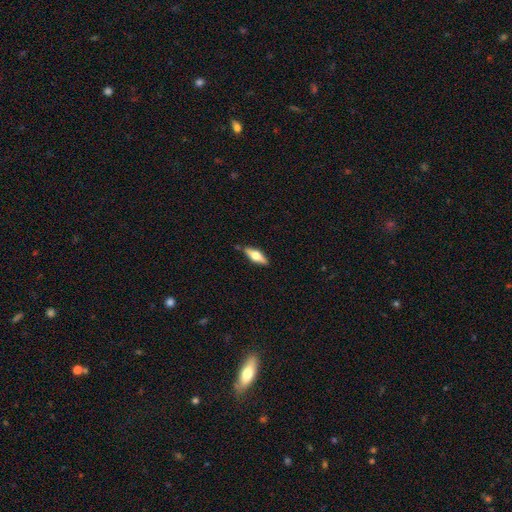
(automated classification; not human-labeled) Smooth or featured? Predicted: featured or disk (p=0.52). Edge-on disk? Predicted: yes (p=0.92). Merging? Predicted: none (p=0.83).